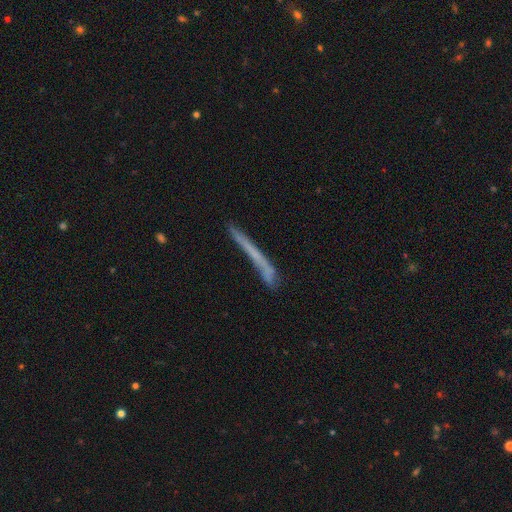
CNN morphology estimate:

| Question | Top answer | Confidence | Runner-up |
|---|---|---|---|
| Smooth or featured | smooth | 52% | featured or disk (39%) |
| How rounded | cigar-shaped | 97% | in between (2%) |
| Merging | none | 72% | minor disturbance (18%) |